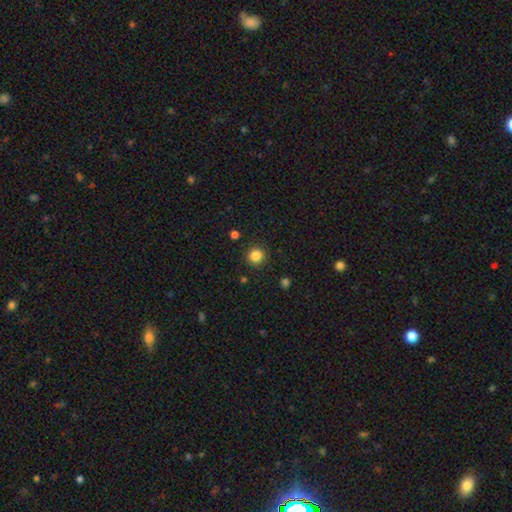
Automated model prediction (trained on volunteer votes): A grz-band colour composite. It shows a smooth galaxy with no disk features (85%) that is round (94%). Merging: none (91%).